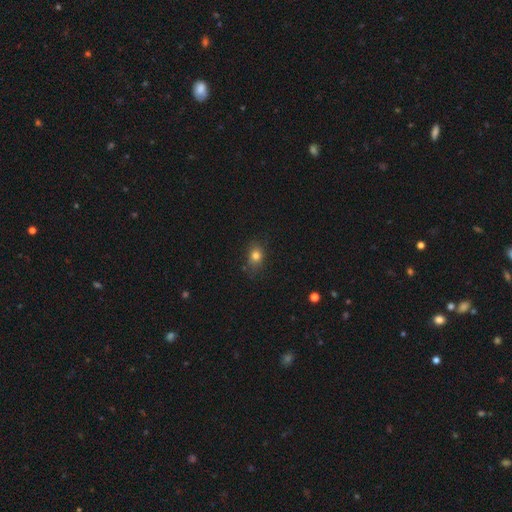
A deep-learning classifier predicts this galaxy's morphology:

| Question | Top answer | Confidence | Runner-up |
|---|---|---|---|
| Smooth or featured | smooth | 80% | star or artifact (12%) |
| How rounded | in between | 56% | round (43%) |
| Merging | none | 77% | minor disturbance (17%) |